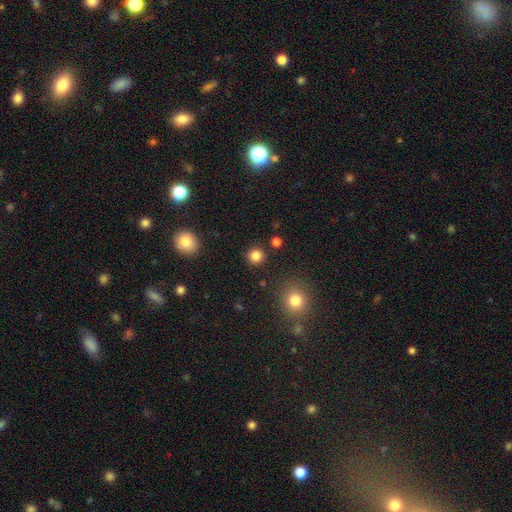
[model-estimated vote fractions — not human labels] Smooth or featured? Predicted: smooth (p=0.83). How rounded? Predicted: round (p=0.94). Merging? Predicted: none (p=0.91).